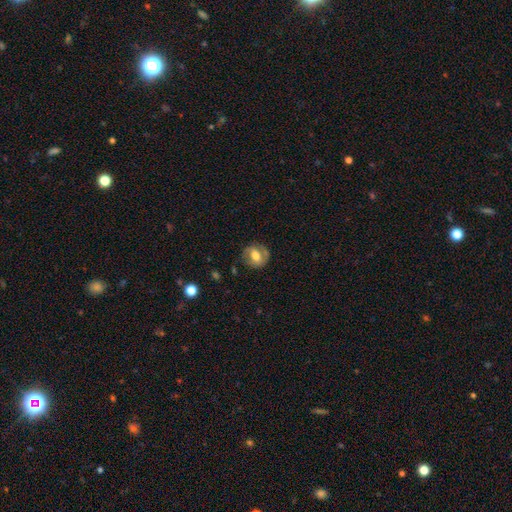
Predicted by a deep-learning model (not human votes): A featured or disk galaxy (50%).

Vote fractions:
- Smooth or featured? featured or disk: 50% / smooth: 42% / star or artifact: 8%
- Edge-on disk? no: 96% / yes: 4%
- Merging? none: 72% / minor disturbance: 18% / major disturbance: 8% / merger: 2%